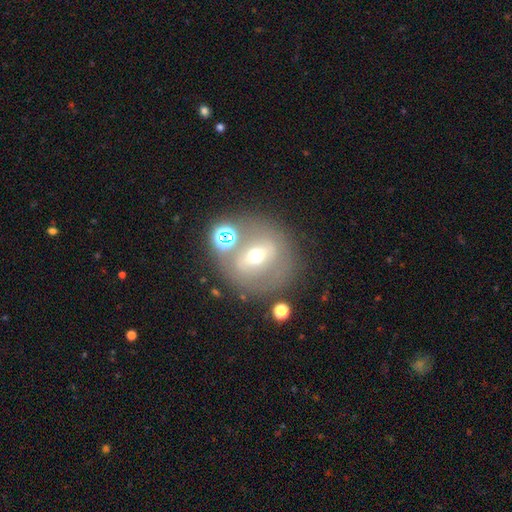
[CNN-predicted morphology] A featured or disk galaxy (48%). Merging: none (68%).